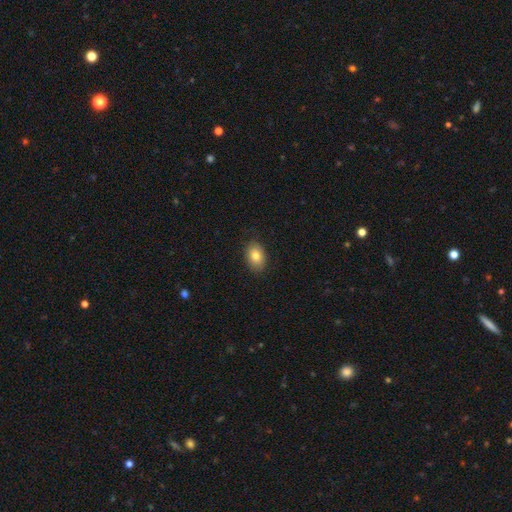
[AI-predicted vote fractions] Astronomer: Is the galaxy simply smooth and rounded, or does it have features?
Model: smooth — 82%.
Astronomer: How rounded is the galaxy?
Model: in between — 82%.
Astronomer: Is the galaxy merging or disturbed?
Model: none — 86%.